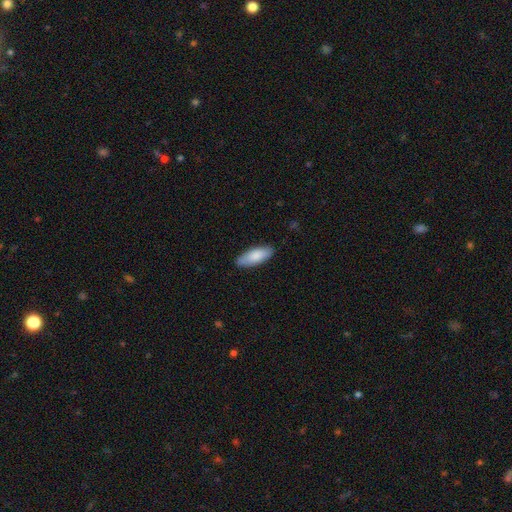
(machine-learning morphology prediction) type=smooth (84%); roundness=in between (72%); merging=none (86%).